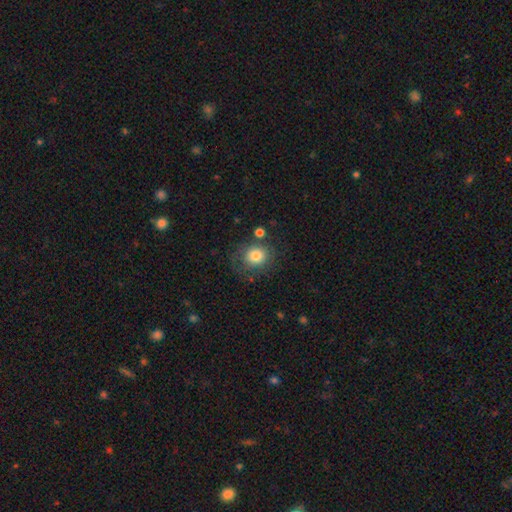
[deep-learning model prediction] A smooth galaxy with no disk features (79%) that is round (78%).

Vote fractions:
- Smooth or featured? smooth: 79% / featured or disk: 12% / star or artifact: 9%
- How rounded? round: 78% / in between: 21% / cigar-shaped: 1%
- Merging? none: 68% / minor disturbance: 17% / major disturbance: 9% / merger: 6%